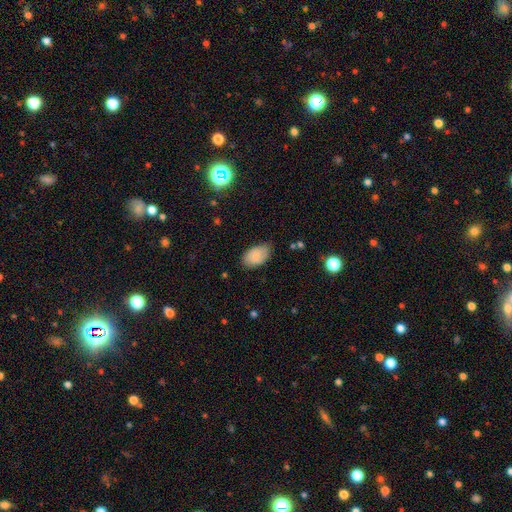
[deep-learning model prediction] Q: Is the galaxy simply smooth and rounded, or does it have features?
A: smooth — 85%.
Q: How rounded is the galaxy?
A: in between — 94%.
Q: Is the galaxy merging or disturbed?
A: none — 76%.